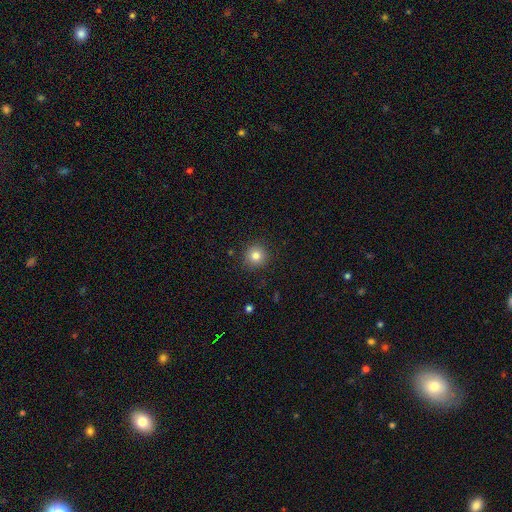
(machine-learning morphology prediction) Overall: smooth (81%). How rounded: round (95%). Merging: none (91%).